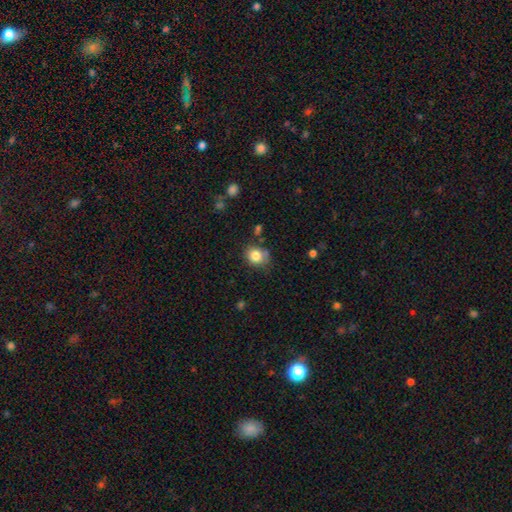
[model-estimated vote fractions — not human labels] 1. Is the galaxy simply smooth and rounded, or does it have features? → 82% smooth, 10% star or artifact, 7% featured or disk.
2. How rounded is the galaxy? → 65% round, 34% in between, 1% cigar-shaped.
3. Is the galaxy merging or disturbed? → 70% none, 19% minor disturbance, 6% merger, 5% major disturbance.